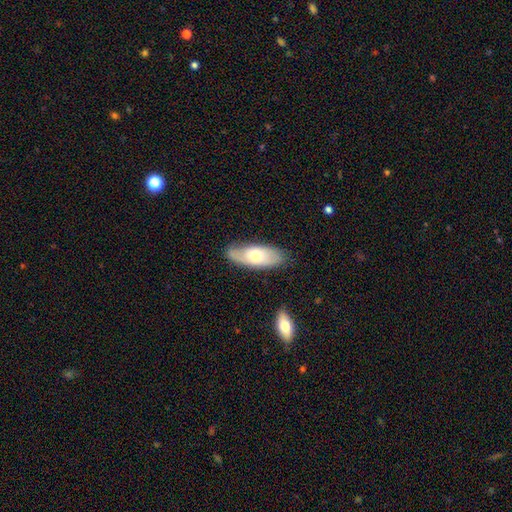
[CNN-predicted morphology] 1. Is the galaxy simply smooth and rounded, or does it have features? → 61% smooth, 34% featured or disk, 6% star or artifact.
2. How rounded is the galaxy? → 80% in between, 18% cigar-shaped, 2% round.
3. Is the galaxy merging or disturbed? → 73% none, 20% minor disturbance, 4% major disturbance, 2% merger.